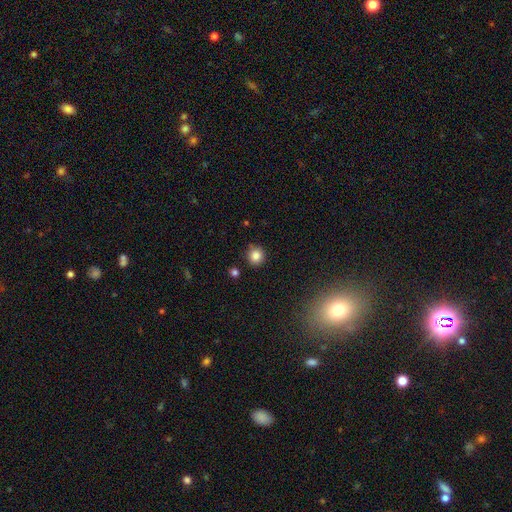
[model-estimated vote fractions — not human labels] Smooth or featured? smooth (84%)
How rounded? round (91%)
Merging? none (85%)